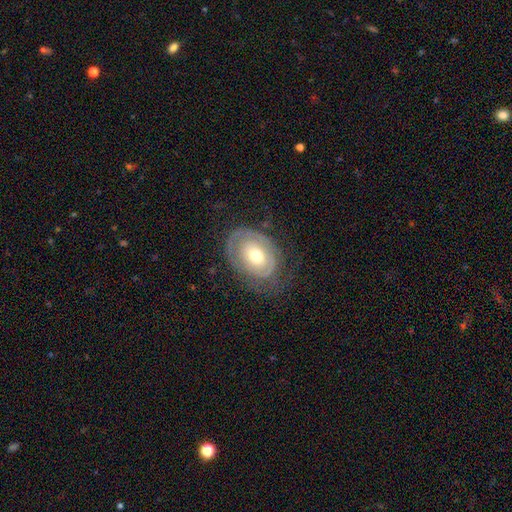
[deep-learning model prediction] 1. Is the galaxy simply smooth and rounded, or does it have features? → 67% featured or disk, 27% smooth, 6% star or artifact.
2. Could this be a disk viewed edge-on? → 94% no, 6% yes.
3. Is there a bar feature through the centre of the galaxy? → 79% no, 16% weak, 4% strong.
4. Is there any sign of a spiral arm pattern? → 61% yes, 39% no.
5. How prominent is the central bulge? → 61% moderate, 30% small, 6% large, 1% dominant, 1% none.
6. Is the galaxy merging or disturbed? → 66% none, 20% minor disturbance, 12% major disturbance, 1% merger.